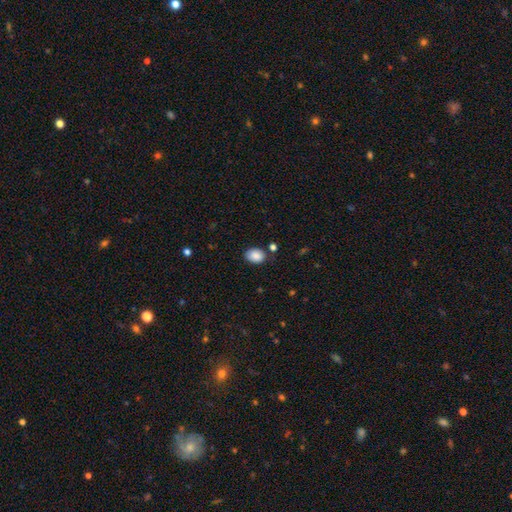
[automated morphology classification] smooth 88%, star or artifact 8%, featured or disk 4%. Down the decision tree: how rounded — in between (72%); merging — none (79%).